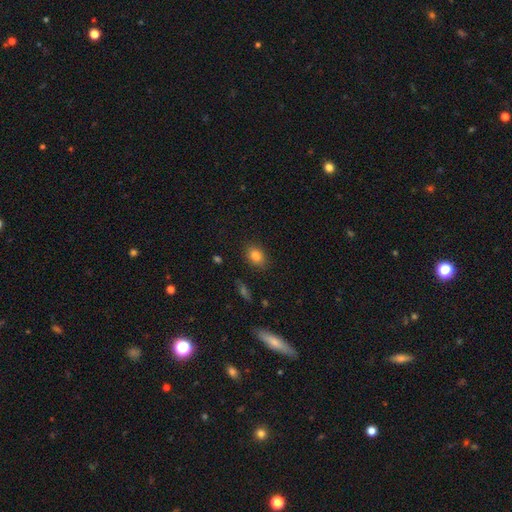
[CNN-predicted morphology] smooth 82%, star or artifact 10%, featured or disk 7%. Down the decision tree: how rounded — in between (69%); merging — none (85%).